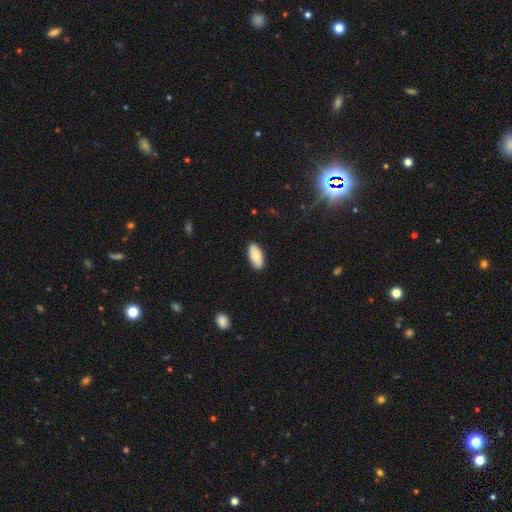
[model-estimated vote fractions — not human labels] smooth 78%, featured or disk 15%, star or artifact 6%. Down the decision tree: how rounded — in between (87%); merging — none (89%).